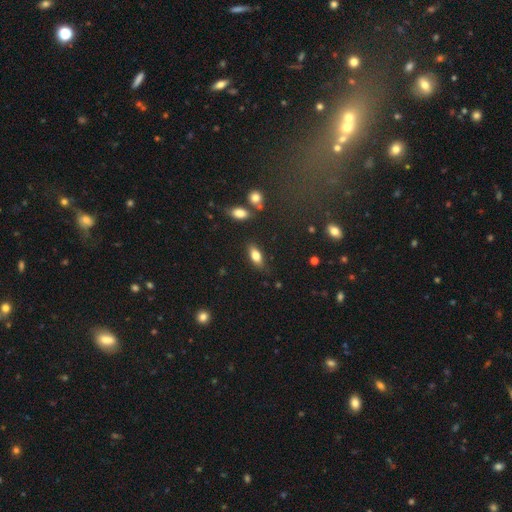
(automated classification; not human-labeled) This is likely a smooth galaxy (77%). How rounded: clearly in between (83%). Merging: likely none (79%).